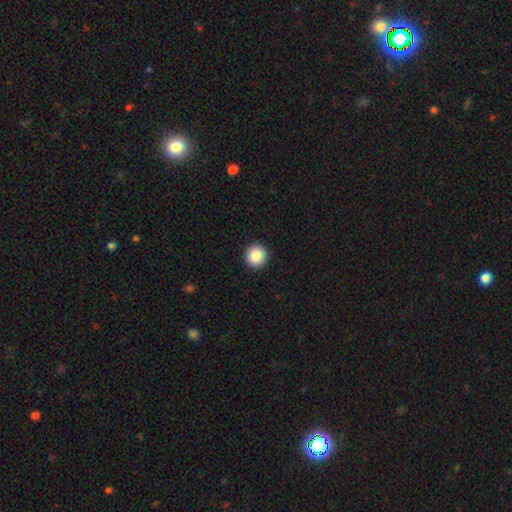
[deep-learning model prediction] smooth 88%, star or artifact 8%, featured or disk 4%. Down the decision tree: how rounded — round (95%); merging — none (93%).